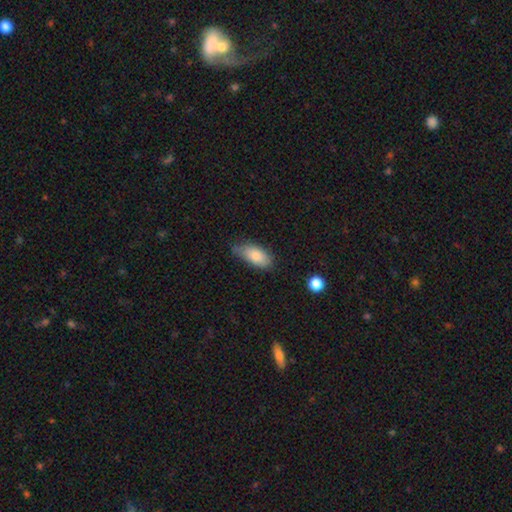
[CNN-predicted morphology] smooth 83%, featured or disk 10%, star or artifact 7%. Down the decision tree: how rounded — in between (88%); merging — none (57%).